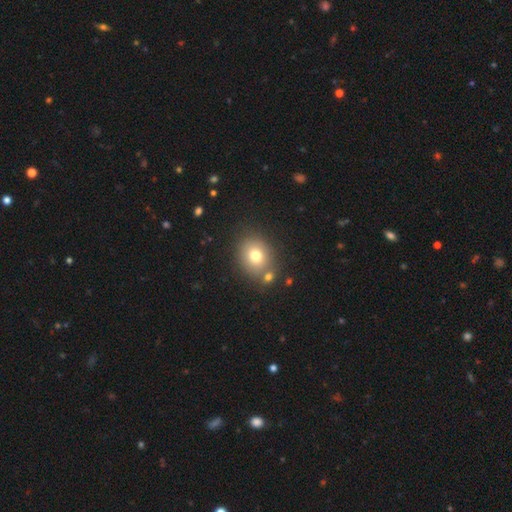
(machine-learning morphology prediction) A smooth galaxy with no disk features (75%) that is round (61%). Merging: none (74%).